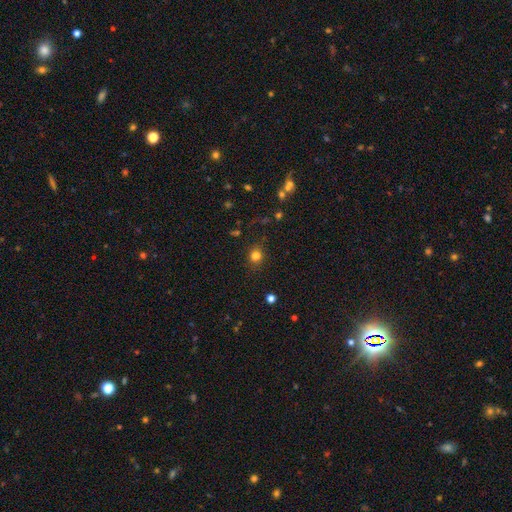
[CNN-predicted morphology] A smooth galaxy with no disk features (80%) that is round (74%). Merging: none (82%).